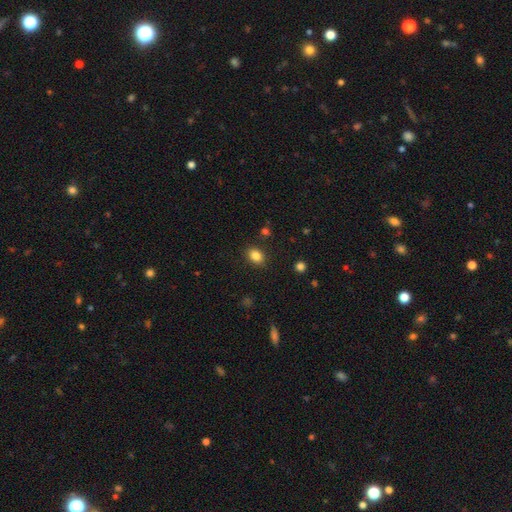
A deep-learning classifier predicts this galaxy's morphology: Smooth or featured: smooth — 85% (star or artifact — 10%)
How rounded: in between — 70% (round — 28%)
Merging: none — 87% (minor disturbance — 9%)